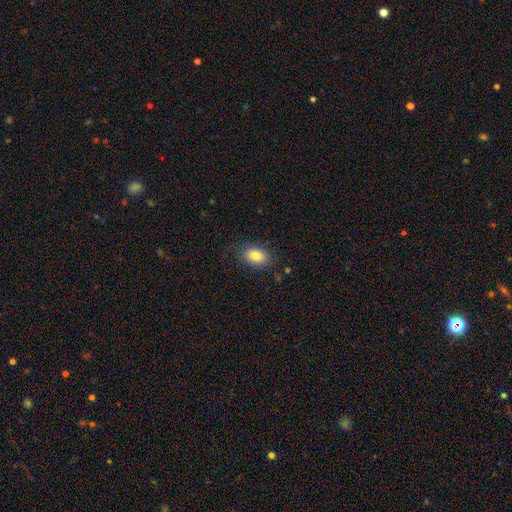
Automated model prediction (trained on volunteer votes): smooth 82%, featured or disk 10%, star or artifact 8%. Down the decision tree: how rounded — in between (87%); merging — none (82%).